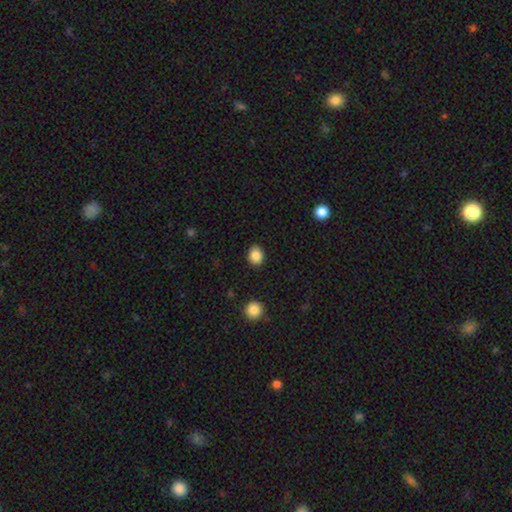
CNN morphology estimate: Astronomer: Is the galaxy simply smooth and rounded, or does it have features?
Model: smooth — 86%.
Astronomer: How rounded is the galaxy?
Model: round — 58% (runner-up: in between, 42%).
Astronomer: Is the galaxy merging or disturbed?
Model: none — 89%.